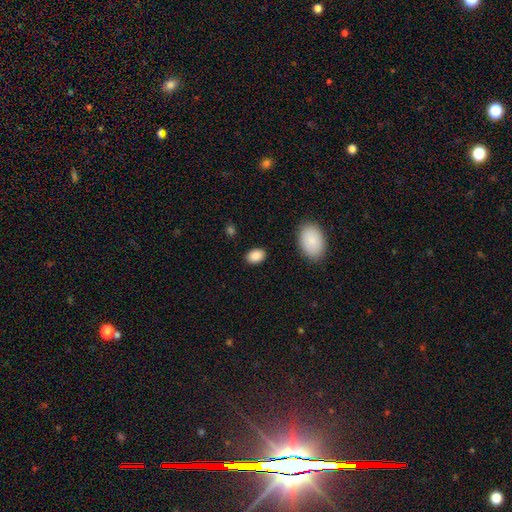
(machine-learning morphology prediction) smooth 87%, star or artifact 8%, featured or disk 4%. Down the decision tree: how rounded — in between (81%); merging — none (86%).